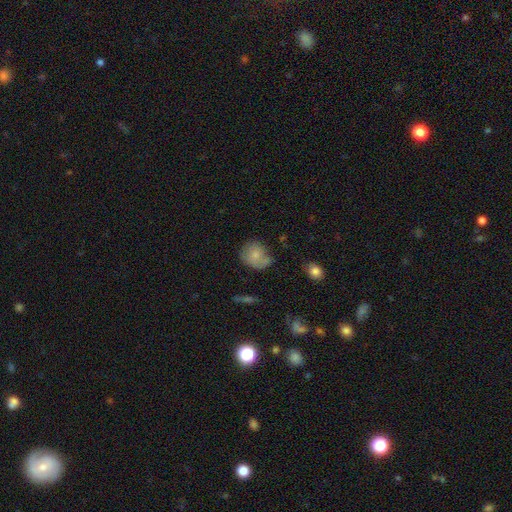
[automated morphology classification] A smooth galaxy with no disk features (73%) that is round (67%). Merging: none (51%).